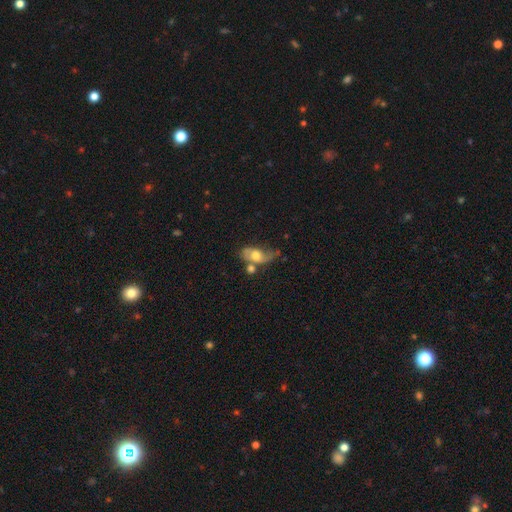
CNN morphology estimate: smooth_or_featured: featured or disk (p=0.51) [alt: smooth p=0.41]
disk_edge_on: no (p=0.91) [alt: yes p=0.09]
merging: none (p=0.36) [alt: merger p=0.24]